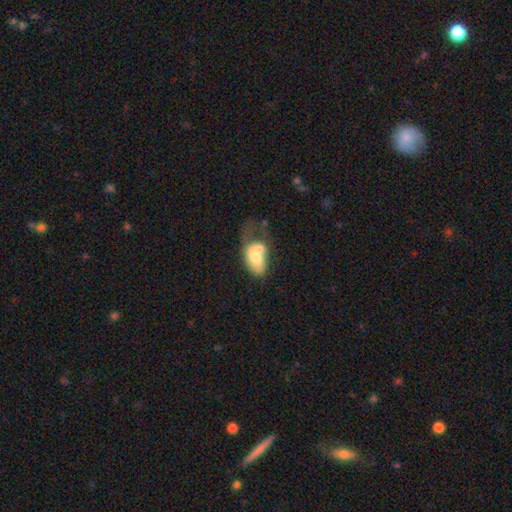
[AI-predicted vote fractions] A smooth galaxy with no disk features (58%) that is in between round and cigar-shaped (88%). Merging: merger (45%).